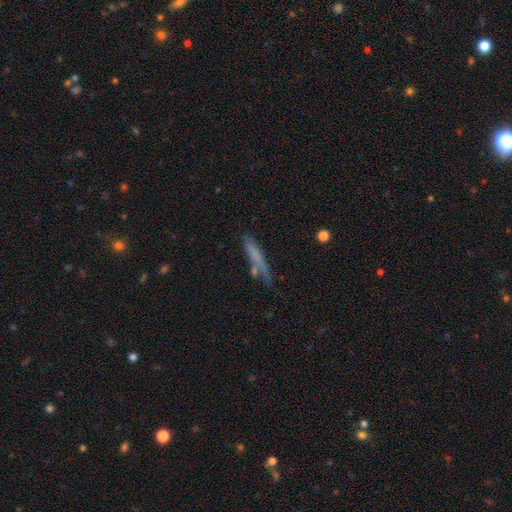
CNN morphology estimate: Smooth or featured?
  - smooth: 60% *
  - featured or disk: 31%
  - star or artifact: 9%
How rounded?
  - cigar-shaped: 87% *
  - in between: 11%
  - round: 2%
Merging?
  - none: 56% *
  - minor disturbance: 22%
  - merger: 12%
  - major disturbance: 10%